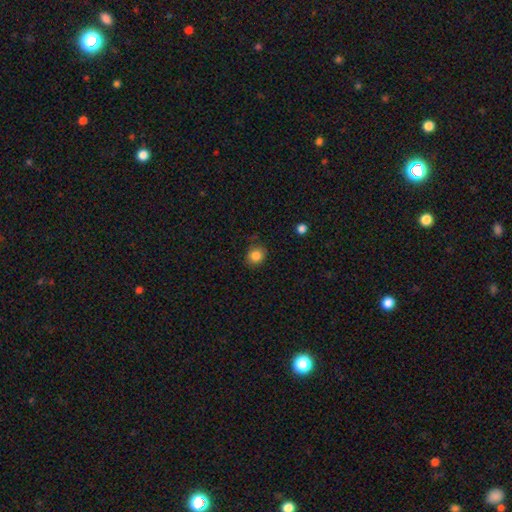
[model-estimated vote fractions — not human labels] This is clearly a smooth galaxy (85%). How rounded: likely round (77%). Merging: clearly none (84%).